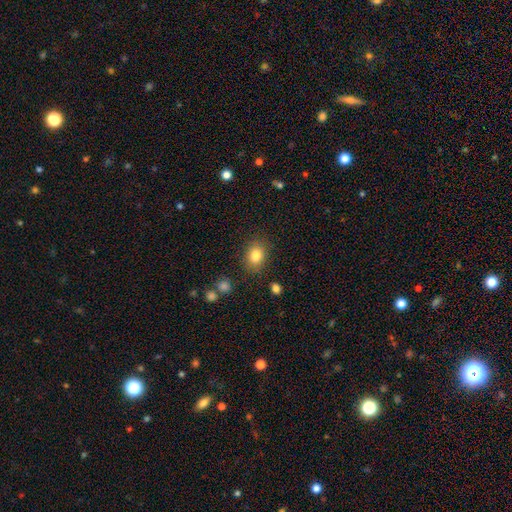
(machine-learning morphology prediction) smooth_or_featured: smooth (p=0.83) [alt: star or artifact p=0.10]
how_rounded: in between (p=0.59) [alt: round p=0.40]
merging: none (p=0.84) [alt: minor disturbance p=0.10]